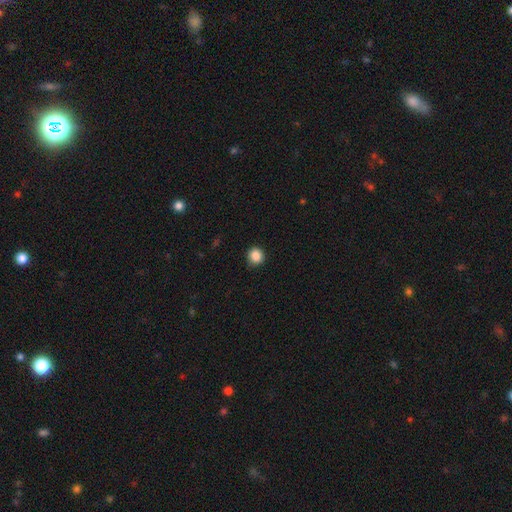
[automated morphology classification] Smooth or featured?
  - smooth: 88% *
  - star or artifact: 10%
  - featured or disk: 3%
How rounded?
  - round: 87% *
  - in between: 12%
  - cigar-shaped: 1%
Merging?
  - none: 87% *
  - minor disturbance: 10%
  - major disturbance: 2%
  - merger: 1%